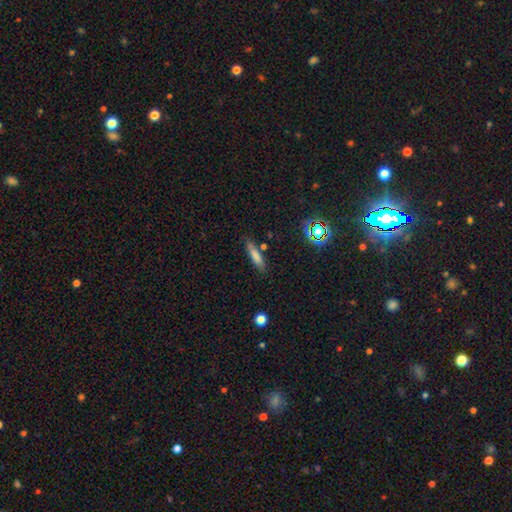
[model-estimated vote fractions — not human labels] Smooth or featured?
  - smooth: 74% *
  - featured or disk: 14%
  - star or artifact: 11%
How rounded?
  - cigar-shaped: 78% *
  - in between: 20%
  - round: 2%
Merging?
  - none: 78% *
  - minor disturbance: 14%
  - merger: 4%
  - major disturbance: 3%